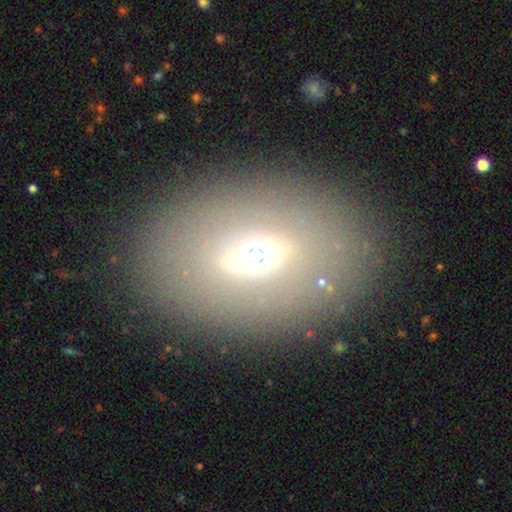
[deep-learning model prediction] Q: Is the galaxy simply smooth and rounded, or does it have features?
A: smooth — 50%.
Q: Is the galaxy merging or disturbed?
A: none — 84%.